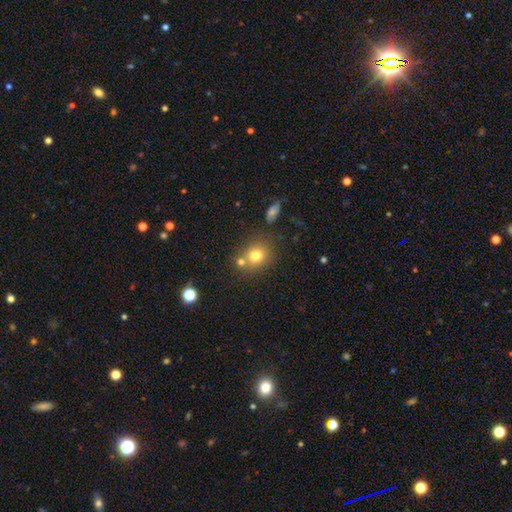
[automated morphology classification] This appears to be a smooth galaxy with no disk features (75%) that is round (75%). Merging: none (61%).